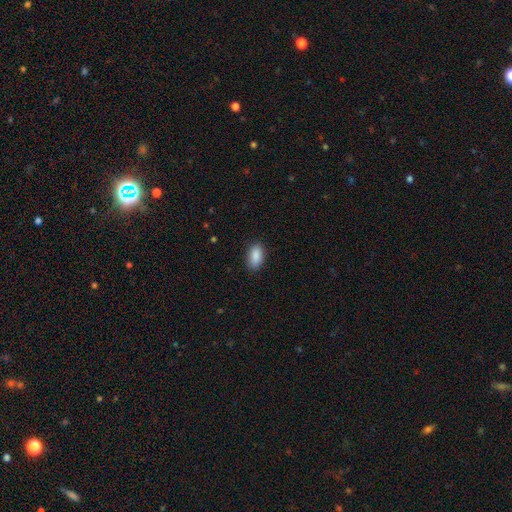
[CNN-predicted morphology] smooth 89%, star or artifact 7%, featured or disk 4%. Down the decision tree: how rounded — in between (92%); merging — none (86%).